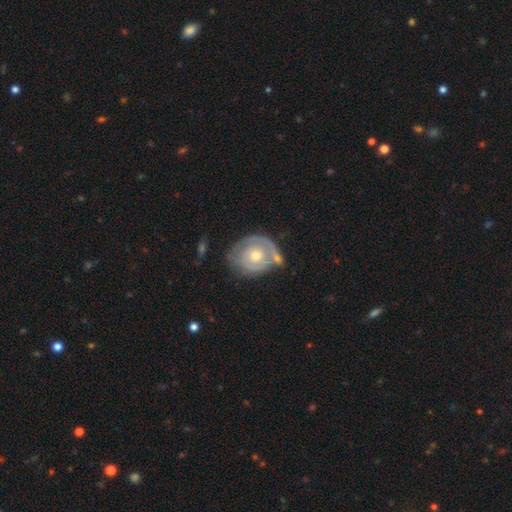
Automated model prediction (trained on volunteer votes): Overall: featured or disk (68%). Edge-on disk: no (96%). Bar: no (86%). Spiral arms: yes (63%; no 37%). Bulge size: moderate (62%; small 32%). Merging: none (50%; minor disturbance 24%).